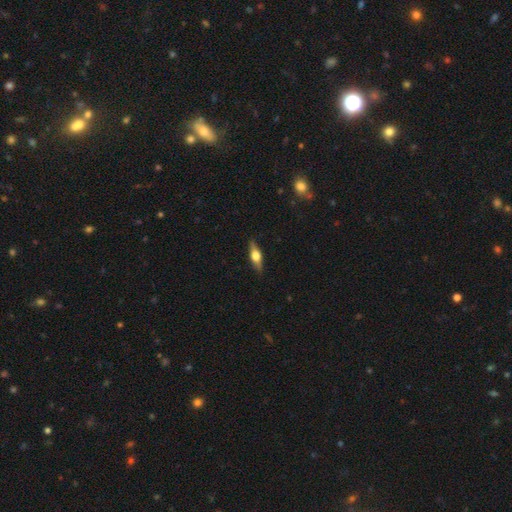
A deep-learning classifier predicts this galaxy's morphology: Smooth or featured? featured or disk (59%)
Edge-on disk? yes (94%)
Edge-on bulge? rounded (92%)
Merging? none (87%)